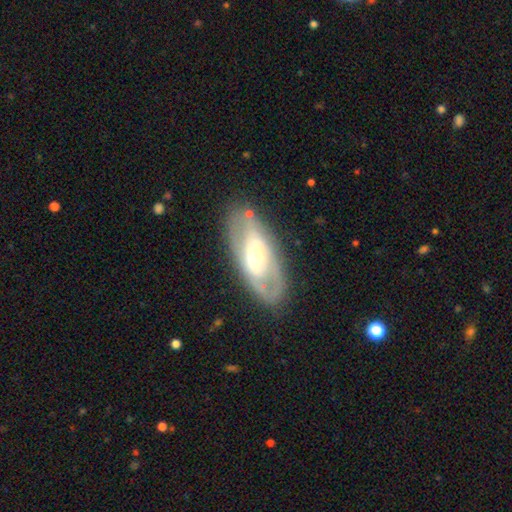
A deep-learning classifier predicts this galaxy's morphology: Smooth or featured? Predicted: featured or disk (p=0.69). Edge-on disk? Predicted: no (p=0.88). Bar? Predicted: no (p=0.54). Spiral arms? Predicted: yes (p=0.55). Bulge size? Predicted: moderate (p=0.57). Merging? Predicted: none (p=0.77).